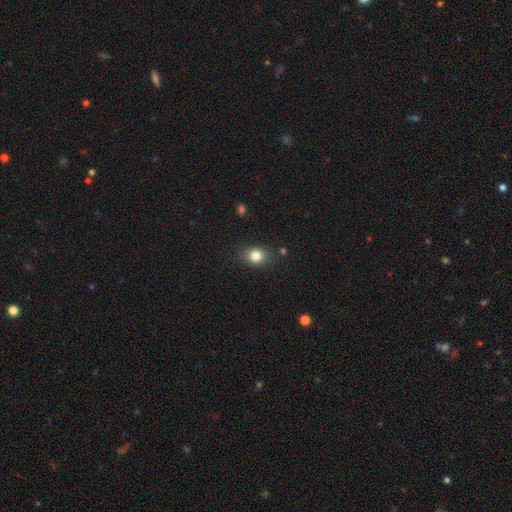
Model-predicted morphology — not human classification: smooth 82%, star or artifact 11%, featured or disk 6%. Down the decision tree: how rounded — round (64%); merging — none (83%).